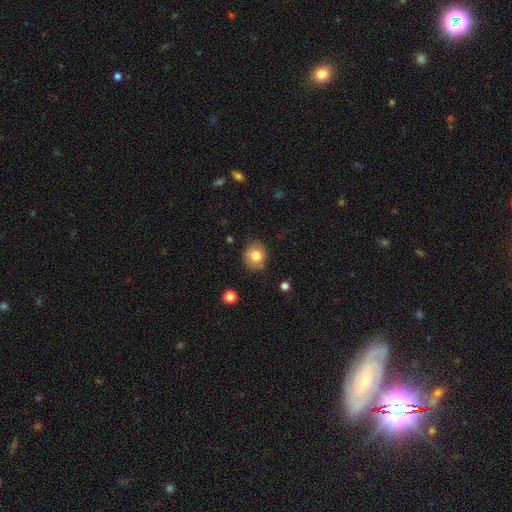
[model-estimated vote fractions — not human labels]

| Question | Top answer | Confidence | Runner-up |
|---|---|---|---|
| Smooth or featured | smooth | 79% | featured or disk (11%) |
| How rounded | round | 76% | in between (23%) |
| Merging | none | 80% | minor disturbance (15%) |